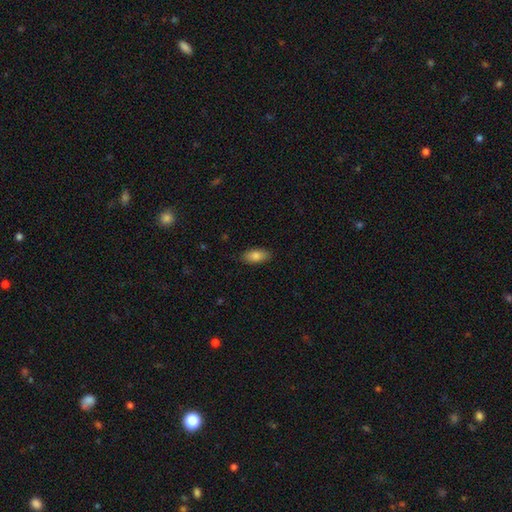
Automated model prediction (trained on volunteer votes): Smooth or featured? Predicted: smooth (p=0.84). How rounded? Predicted: in between (p=0.88). Merging? Predicted: none (p=0.87).